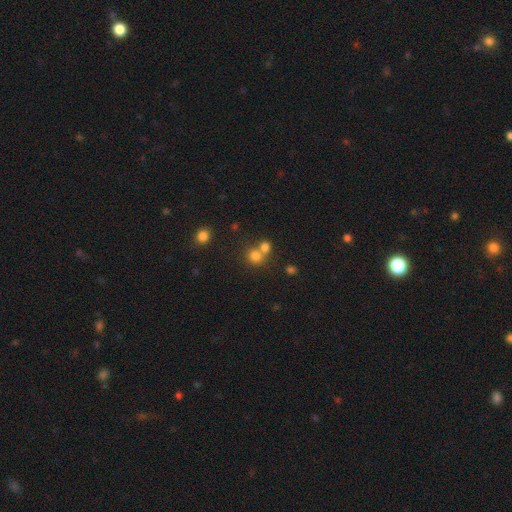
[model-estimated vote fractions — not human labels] A smooth galaxy with no disk features (77%) that is round (82%).

Vote fractions:
- Smooth or featured? smooth: 77% / star or artifact: 15% / featured or disk: 9%
- How rounded? round: 82% / in between: 17% / cigar-shaped: 1%
- Merging? none: 47% / merger: 44% / minor disturbance: 6% / major disturbance: 3%